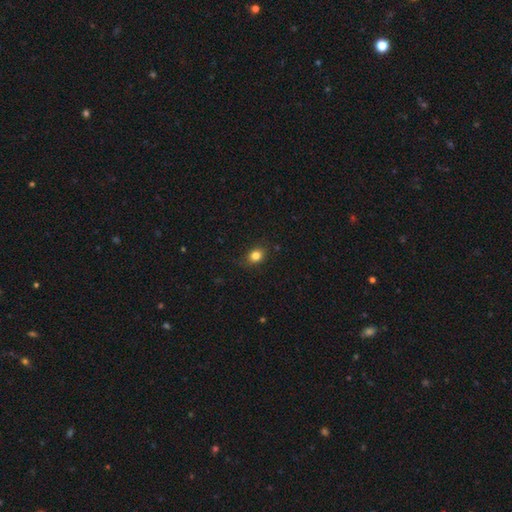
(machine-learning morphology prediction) A smooth galaxy with no disk features (82%) that is round (52%). Merging: none (83%).